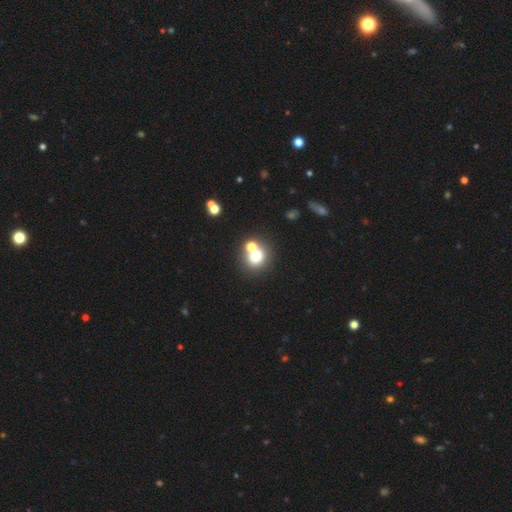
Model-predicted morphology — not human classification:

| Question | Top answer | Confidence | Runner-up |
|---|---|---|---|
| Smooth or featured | smooth | 70% | star or artifact (16%) |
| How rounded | round | 81% | in between (18%) |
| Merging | none | 51% | merger (38%) |